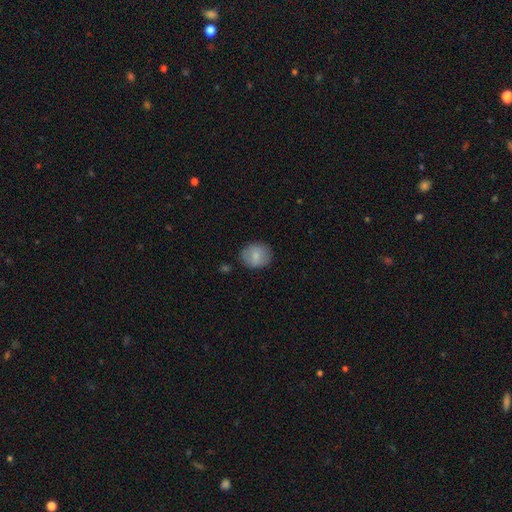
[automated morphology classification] smooth_or_featured: smooth (p=0.75) [alt: featured or disk p=0.18]
how_rounded: round (p=0.61) [alt: in between p=0.38]
merging: none (p=0.84) [alt: minor disturbance p=0.11]